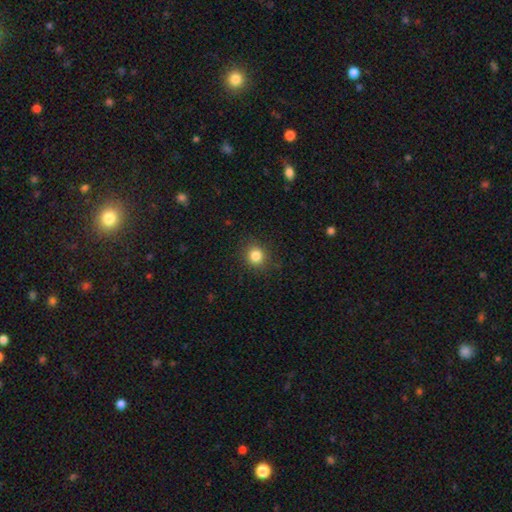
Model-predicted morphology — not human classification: type=smooth (83%); roundness=round (86%); merging=none (88%).